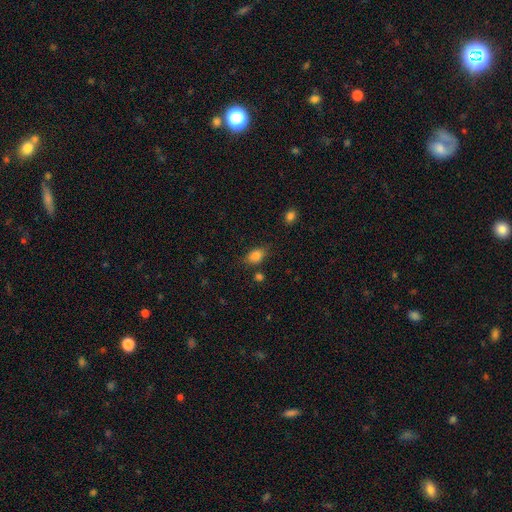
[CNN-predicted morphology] The model was most divided on "merging": none: 74%, minor disturbance: 17%, merger: 5%, major disturbance: 5%. More confident: smooth or featured — smooth (84%); how rounded — in between (78%).